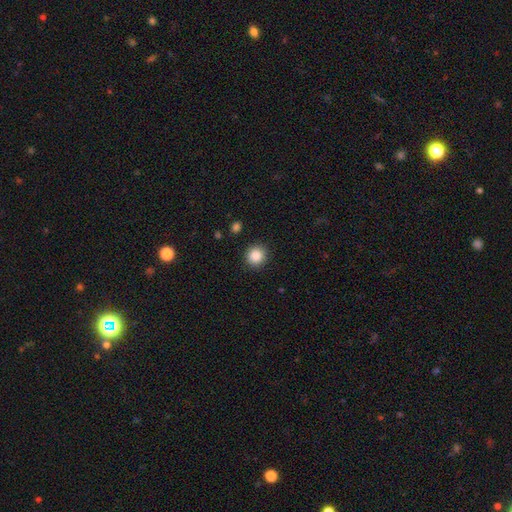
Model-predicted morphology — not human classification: A smooth galaxy with no disk features (87%) that is round (92%).

Vote fractions:
- Smooth or featured? smooth: 87% / star or artifact: 9% / featured or disk: 3%
- How rounded? round: 92% / in between: 7% / cigar-shaped: 1%
- Merging? none: 90% / minor disturbance: 6% / major disturbance: 2% / merger: 1%